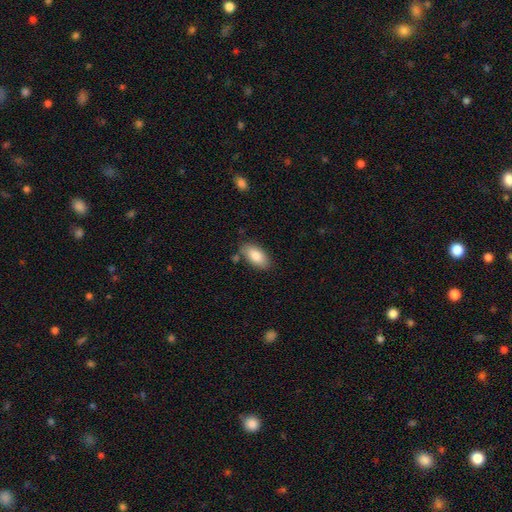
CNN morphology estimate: Smooth or featured? Predicted: smooth (p=0.84). How rounded? Predicted: in between (p=0.92). Merging? Predicted: none (p=0.78).